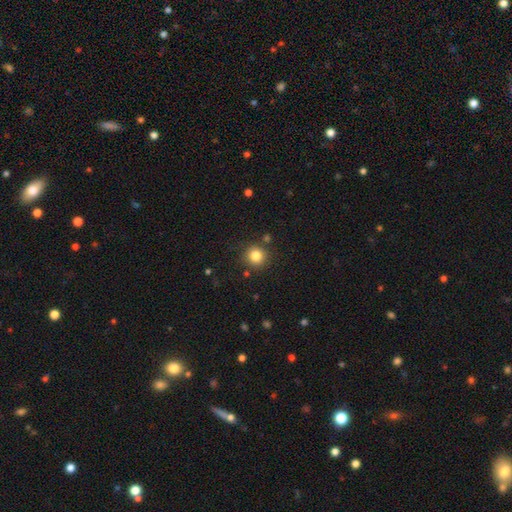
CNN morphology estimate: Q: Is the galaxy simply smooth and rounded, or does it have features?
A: smooth — 82%.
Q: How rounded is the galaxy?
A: round — 94%.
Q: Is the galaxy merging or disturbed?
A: none — 87%.